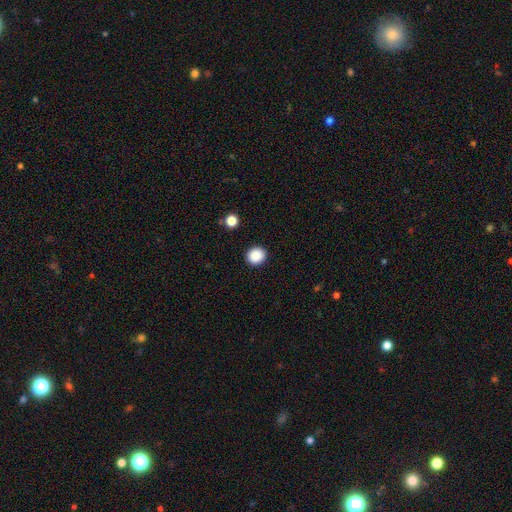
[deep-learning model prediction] smooth_or_featured: smooth (p=0.88) [alt: star or artifact p=0.09]
how_rounded: round (p=0.87) [alt: in between p=0.12]
merging: none (p=0.91) [alt: minor disturbance p=0.06]